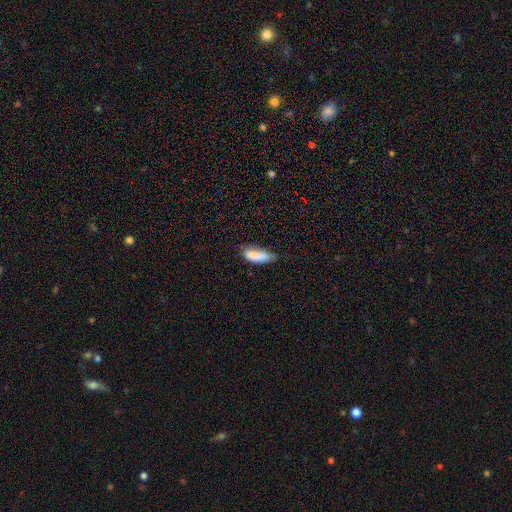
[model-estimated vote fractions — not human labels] Smooth or featured: smooth — 83% (featured or disk — 10%)
How rounded: in between — 69% (cigar-shaped — 29%)
Merging: minor disturbance — 42% (none — 40%)